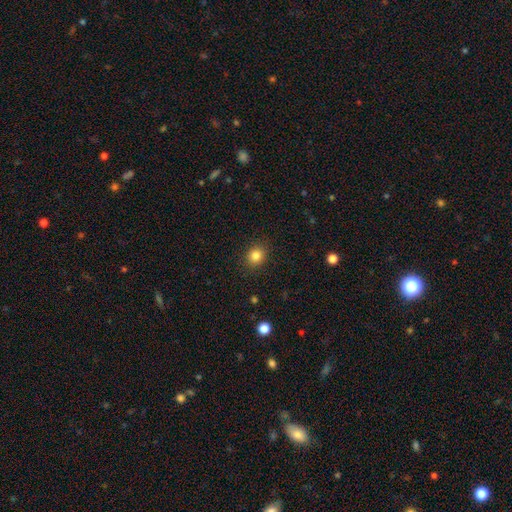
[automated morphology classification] smooth 83%, star or artifact 12%, featured or disk 5%. Down the decision tree: how rounded — round (77%); merging — none (89%).